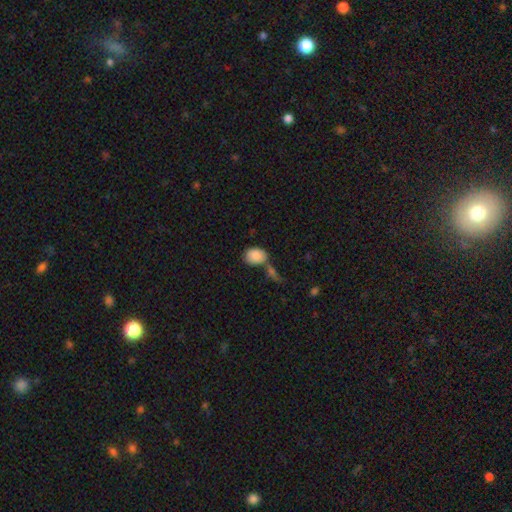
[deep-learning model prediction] Smooth or featured? smooth (87%)
How rounded? in between (73%)
Merging? none (51%)